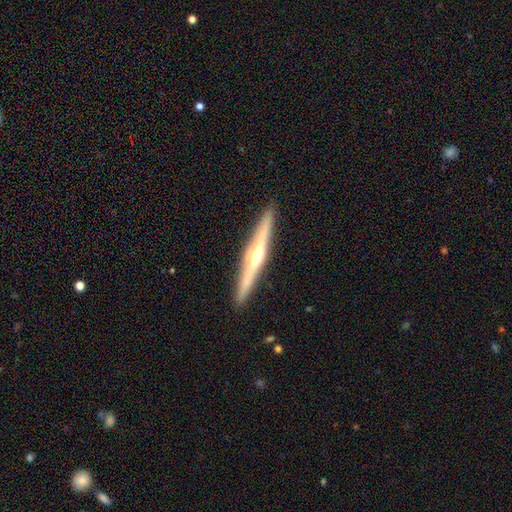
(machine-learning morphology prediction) Smooth or featured? Predicted: featured or disk (p=0.79). Edge-on disk? Predicted: yes (p=0.98). Edge-on bulge? Predicted: rounded (p=0.90). Merging? Predicted: none (p=0.92).